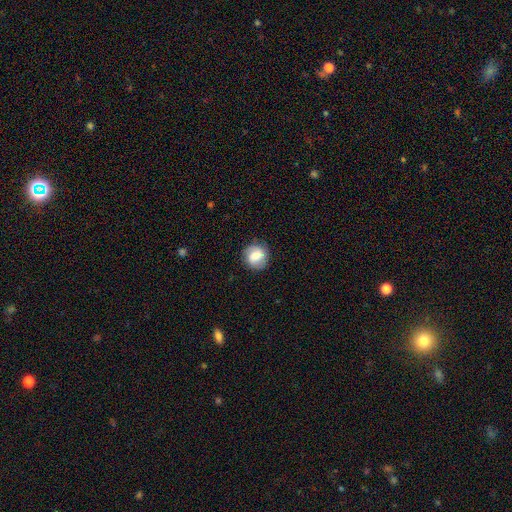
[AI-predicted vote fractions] Smooth or featured? smooth (62%)
How rounded? round (81%)
Merging? none (81%)